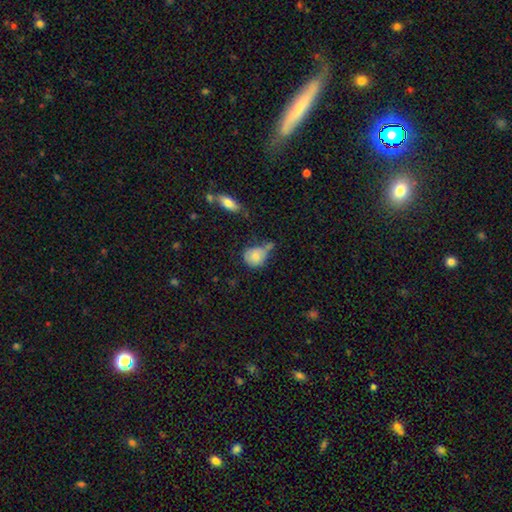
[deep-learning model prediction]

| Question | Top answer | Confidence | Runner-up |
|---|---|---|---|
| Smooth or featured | smooth | 78% | featured or disk (14%) |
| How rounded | round | 68% | in between (30%) |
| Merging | none | 38% | minor disturbance (31%) |